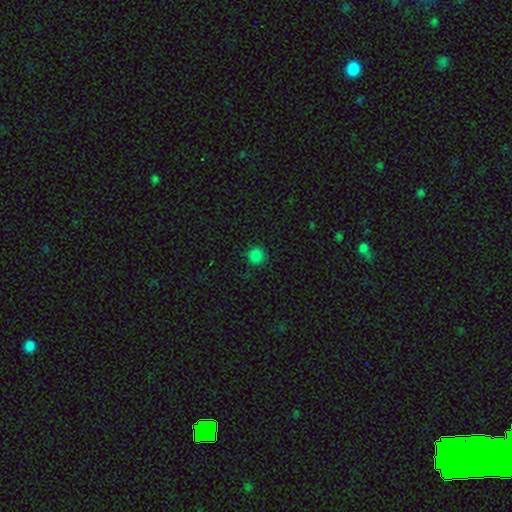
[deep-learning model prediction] Smooth or featured? Predicted: smooth (p=0.84). How rounded? Predicted: round (p=0.92). Merging? Predicted: none (p=0.90).